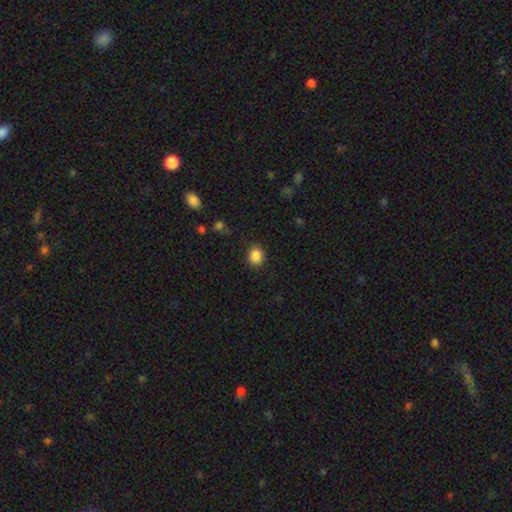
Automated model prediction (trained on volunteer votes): A smooth galaxy with no disk features (87%) that is round (67%).

Vote fractions:
- Smooth or featured? smooth: 87% / star or artifact: 10% / featured or disk: 3%
- How rounded? round: 67% / in between: 32% / cigar-shaped: 1%
- Merging? none: 87% / minor disturbance: 9% / major disturbance: 3% / merger: 1%